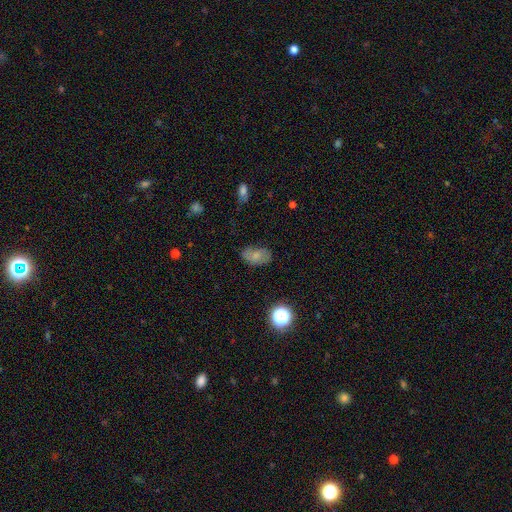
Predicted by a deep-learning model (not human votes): Smooth or featured: smooth — 68% (featured or disk — 20%)
How rounded: in between — 89% (round — 10%)
Merging: none — 68% (minor disturbance — 23%)